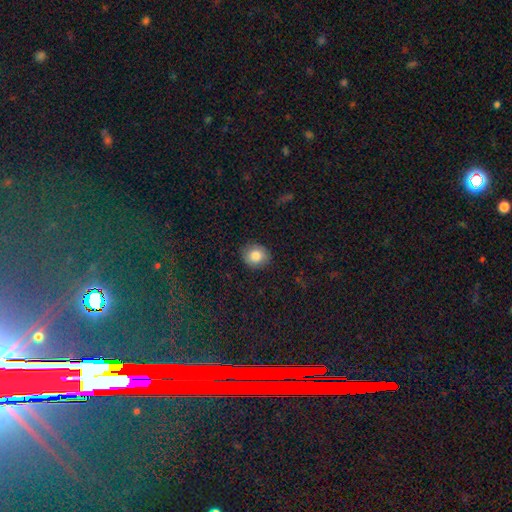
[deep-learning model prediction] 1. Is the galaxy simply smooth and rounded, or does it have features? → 83% smooth, 9% star or artifact, 8% featured or disk.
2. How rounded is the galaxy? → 75% round, 24% in between, 1% cigar-shaped.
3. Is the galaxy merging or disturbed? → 87% none, 10% minor disturbance, 2% major disturbance, 1% merger.